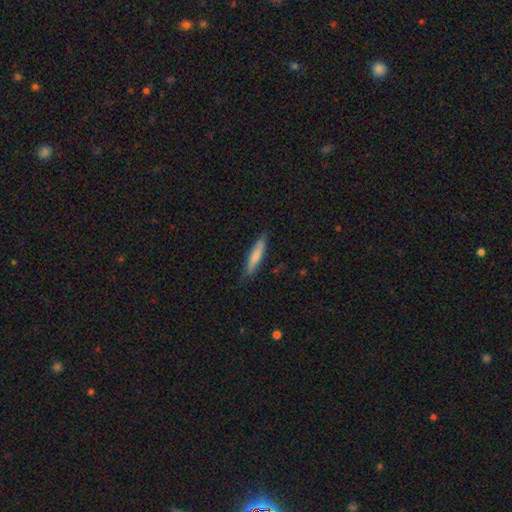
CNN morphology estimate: Q: Smooth or featured?
A: smooth (73%); runner-up: featured or disk (22%)
Q: How rounded?
A: cigar-shaped (86%); runner-up: in between (12%)
Q: Merging?
A: none (79%); runner-up: minor disturbance (17%)